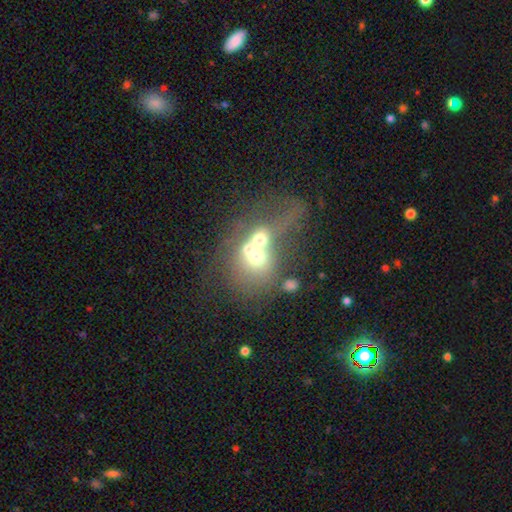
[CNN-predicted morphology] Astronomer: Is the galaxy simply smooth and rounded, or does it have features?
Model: smooth — 48% (runner-up: featured or disk, 37%).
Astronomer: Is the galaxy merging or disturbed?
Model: merger — 66%.